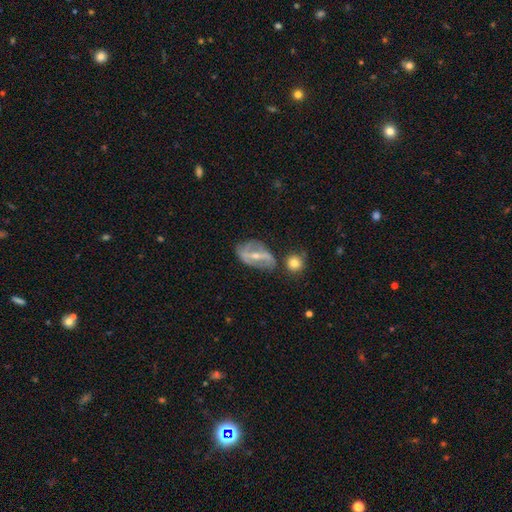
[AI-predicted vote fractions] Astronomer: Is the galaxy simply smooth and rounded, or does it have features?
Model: featured or disk — 76%.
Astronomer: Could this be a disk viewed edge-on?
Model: no — 90%.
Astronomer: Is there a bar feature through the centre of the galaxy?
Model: strong — 64%.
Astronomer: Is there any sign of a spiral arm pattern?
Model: yes — 75%.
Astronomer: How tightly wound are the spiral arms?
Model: loose — 42% (runner-up: medium, 36%).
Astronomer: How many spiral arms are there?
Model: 2 — 79%.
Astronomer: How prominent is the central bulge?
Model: small — 53% (runner-up: moderate, 43%).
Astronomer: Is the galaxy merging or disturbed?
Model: none — 62%.